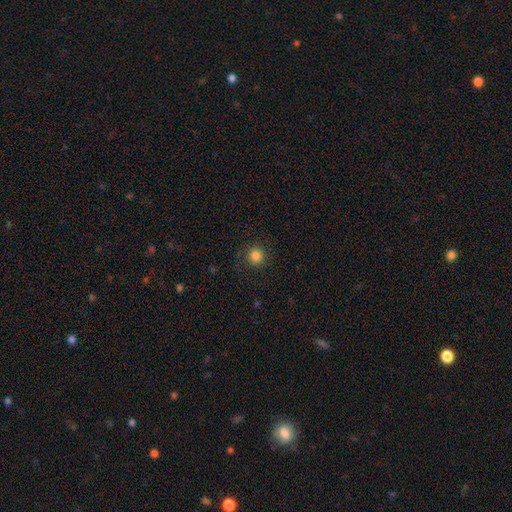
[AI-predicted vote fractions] Q: Smooth or featured?
A: smooth (83%); runner-up: star or artifact (12%)
Q: How rounded?
A: round (93%); runner-up: in between (6%)
Q: Merging?
A: none (87%); runner-up: minor disturbance (8%)